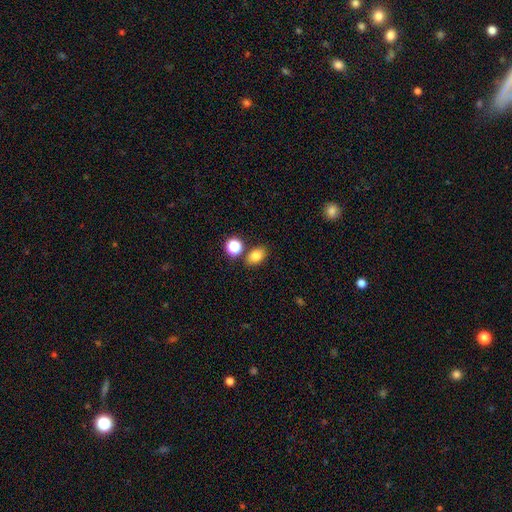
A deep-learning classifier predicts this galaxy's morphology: The model was most divided on "how rounded": in between: 71%, round: 28%, cigar-shaped: 1%. More confident: smooth or featured — smooth (81%); merging — none (77%).